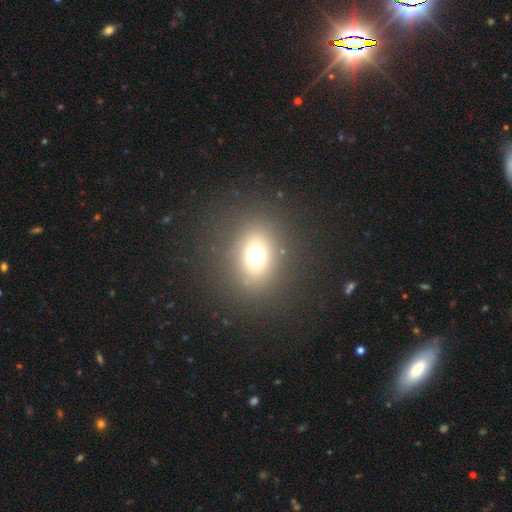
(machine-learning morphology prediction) smooth 67%, star or artifact 21%, featured or disk 12%. Down the decision tree: how rounded — round (59%); merging — none (84%).